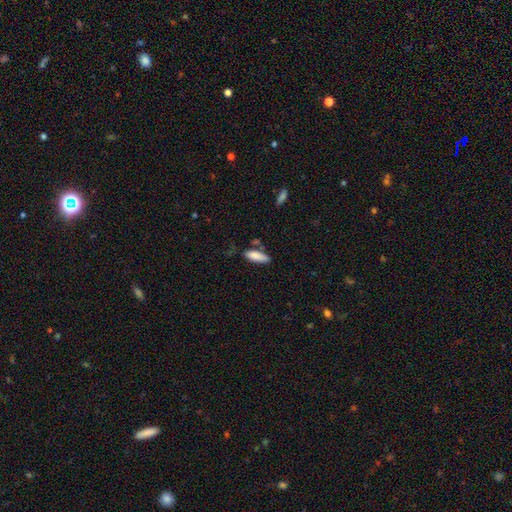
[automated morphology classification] Q: Smooth or featured?
A: smooth (84%); runner-up: featured or disk (10%)
Q: How rounded?
A: in between (55%); runner-up: cigar-shaped (43%)
Q: Merging?
A: none (62%); runner-up: minor disturbance (23%)